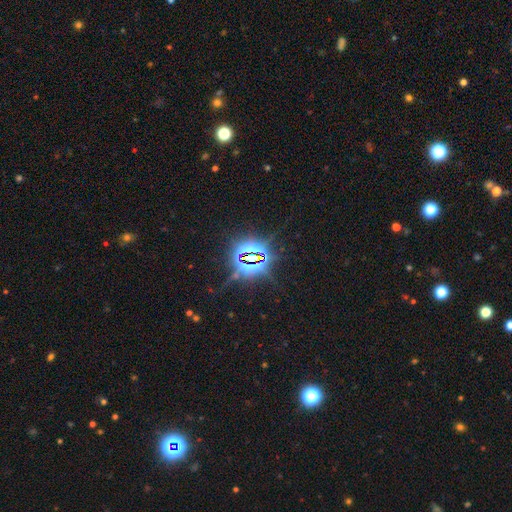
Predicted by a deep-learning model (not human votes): smooth_or_featured: star or artifact (p=0.84) [alt: smooth p=0.08]